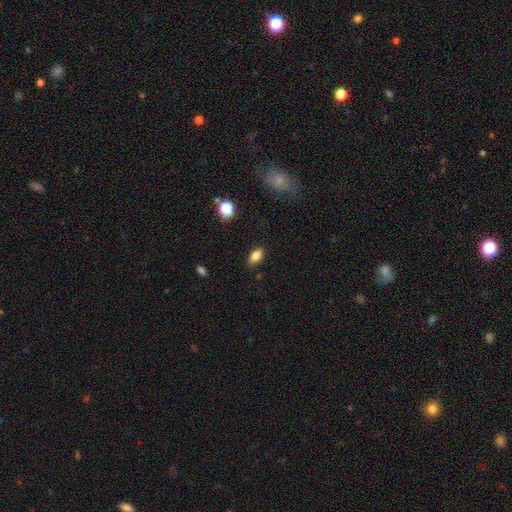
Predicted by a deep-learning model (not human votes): smooth_or_featured: smooth (p=0.82) [alt: star or artifact p=0.10]
how_rounded: in between (p=0.88) [alt: round p=0.08]
merging: none (p=0.87) [alt: minor disturbance p=0.09]